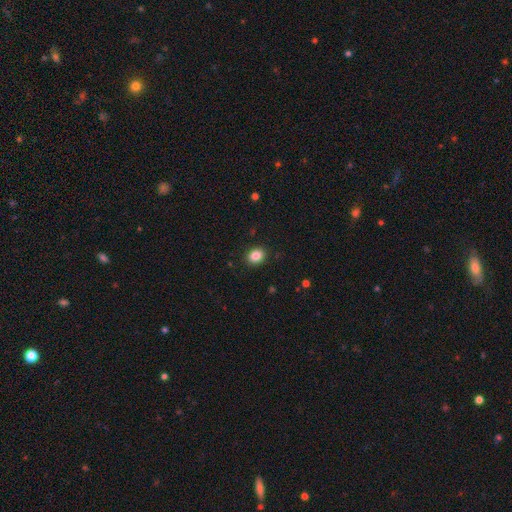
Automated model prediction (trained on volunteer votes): Smooth or featured: smooth — 87% (star or artifact — 10%)
How rounded: in between — 50% (round — 49%)
Merging: none — 89% (minor disturbance — 7%)